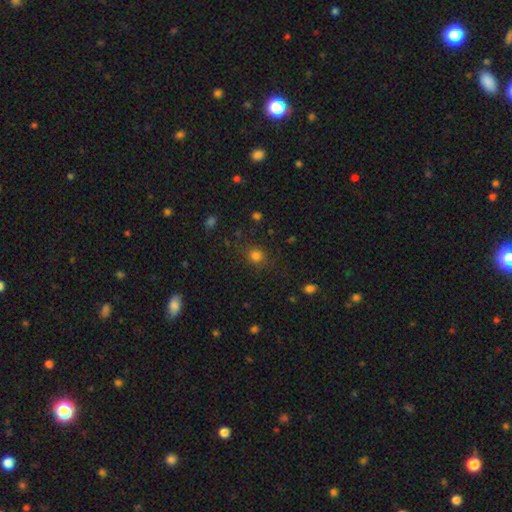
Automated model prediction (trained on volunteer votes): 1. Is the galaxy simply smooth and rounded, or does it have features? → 78% smooth, 16% star or artifact, 6% featured or disk.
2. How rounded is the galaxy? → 81% round, 18% in between, 1% cigar-shaped.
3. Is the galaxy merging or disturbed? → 78% none, 13% minor disturbance, 6% major disturbance, 3% merger.